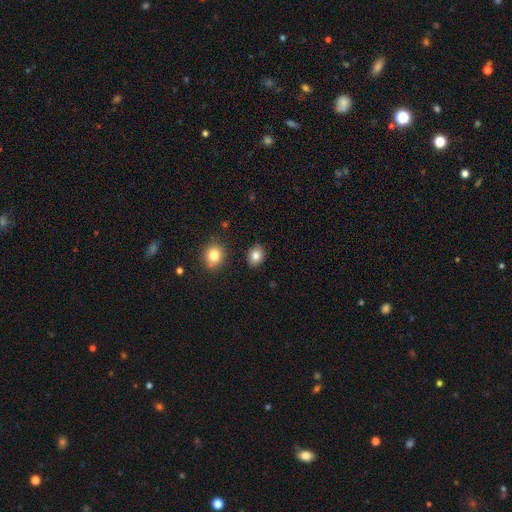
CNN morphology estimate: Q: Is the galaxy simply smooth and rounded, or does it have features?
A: smooth — 83%.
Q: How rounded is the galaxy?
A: in between — 57%.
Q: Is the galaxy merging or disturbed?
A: none — 86%.